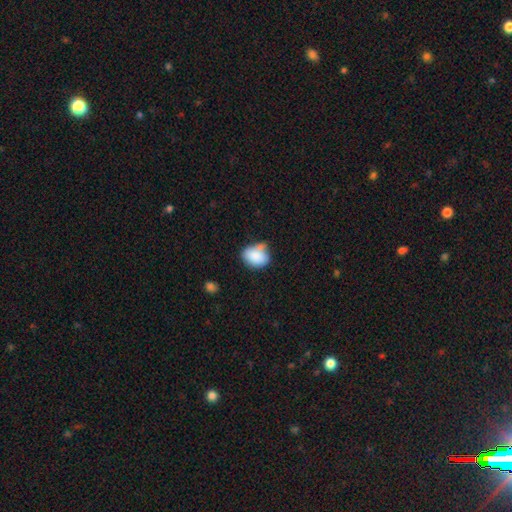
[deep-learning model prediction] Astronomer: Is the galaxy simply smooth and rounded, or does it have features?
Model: smooth — 84%.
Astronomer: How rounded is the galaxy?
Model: in between — 71%.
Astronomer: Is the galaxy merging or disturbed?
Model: none — 46% (runner-up: minor disturbance, 30%).